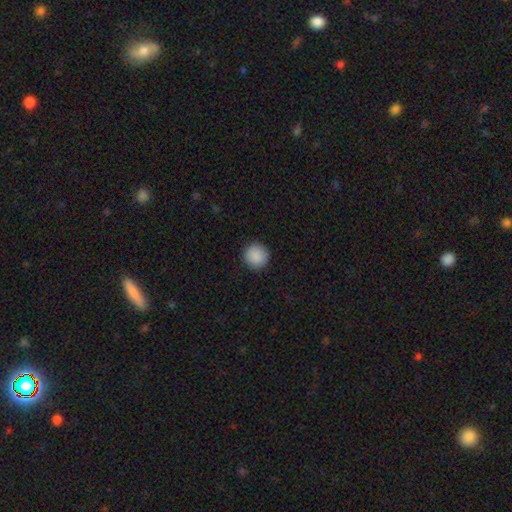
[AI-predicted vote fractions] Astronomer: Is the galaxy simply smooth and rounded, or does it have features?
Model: smooth — 90%.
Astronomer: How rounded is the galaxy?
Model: round — 95%.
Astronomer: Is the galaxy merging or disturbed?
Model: none — 92%.